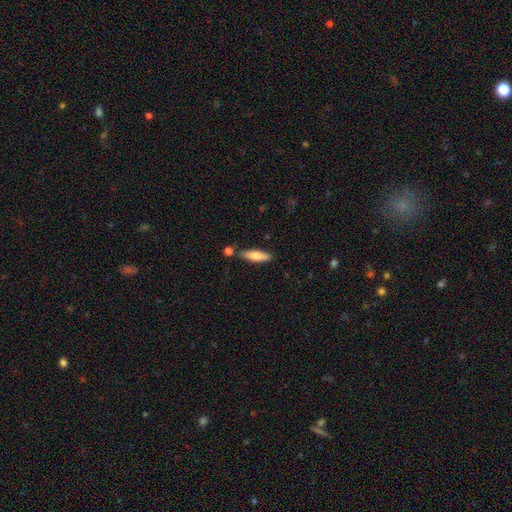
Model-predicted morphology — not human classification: smooth-or-featured: smooth: 69% | featured or disk: 25% | star or artifact: 6%
  how-rounded: cigar-shaped: 60% | in between: 38% | round: 2%
  merging: none: 77% | minor disturbance: 12% | merger: 8% | major disturbance: 3%